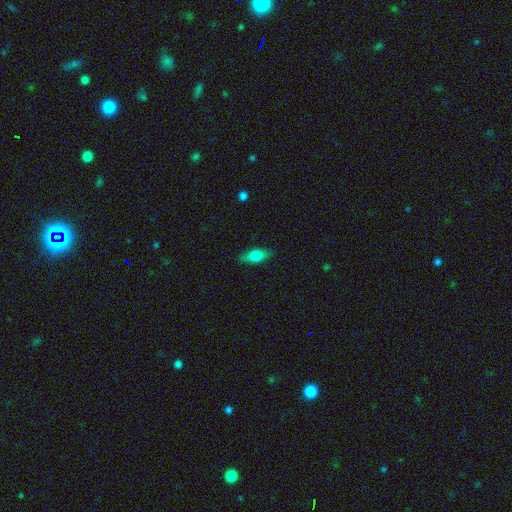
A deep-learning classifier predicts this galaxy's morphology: Smooth or featured: smooth — 73% (featured or disk — 20%)
How rounded: in between — 77% (cigar-shaped — 19%)
Merging: none — 87% (minor disturbance — 10%)